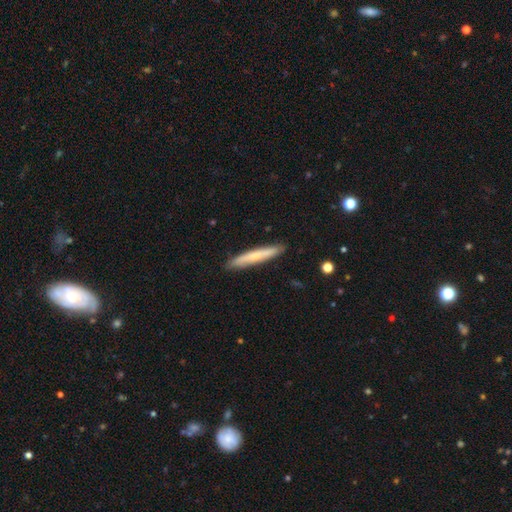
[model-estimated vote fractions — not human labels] This appears to be a smooth galaxy with no disk features (56%) that is cigar-shaped (94%). Merging: none (90%).